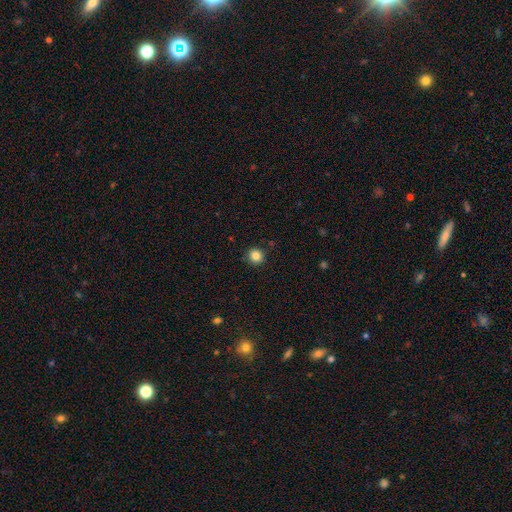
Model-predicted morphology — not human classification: A smooth galaxy with no disk features (84%) that is round (93%).

Vote fractions:
- Smooth or featured? smooth: 84% / star or artifact: 11% / featured or disk: 5%
- How rounded? round: 93% / in between: 6% / cigar-shaped: 1%
- Merging? none: 91% / minor disturbance: 6% / major disturbance: 2% / merger: 1%